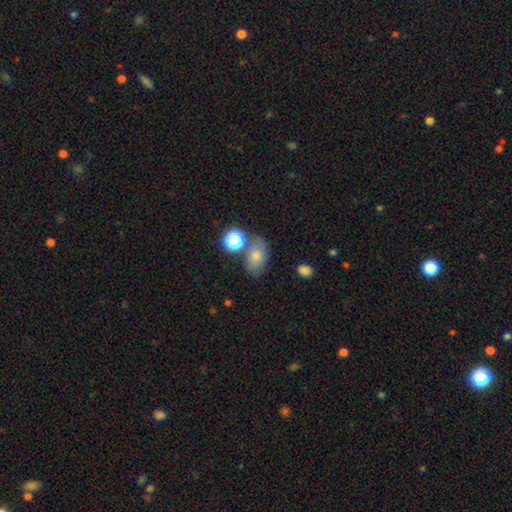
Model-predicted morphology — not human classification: This appears to be a smooth galaxy with no disk features (65%) that is in between round and cigar-shaped (76%). Merging: none (66%).